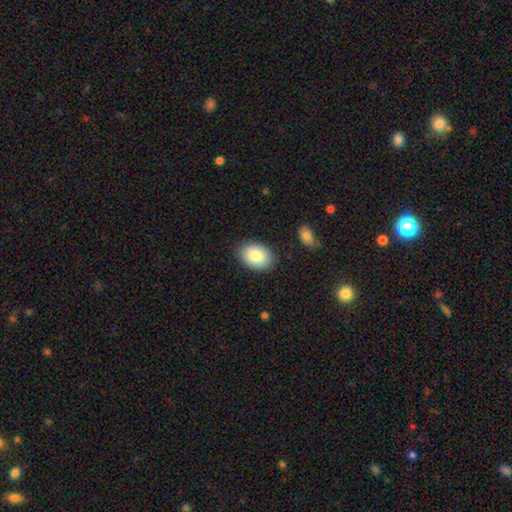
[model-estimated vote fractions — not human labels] Morphology: type=smooth (85%); roundness=in between (84%); merging=none (86%).